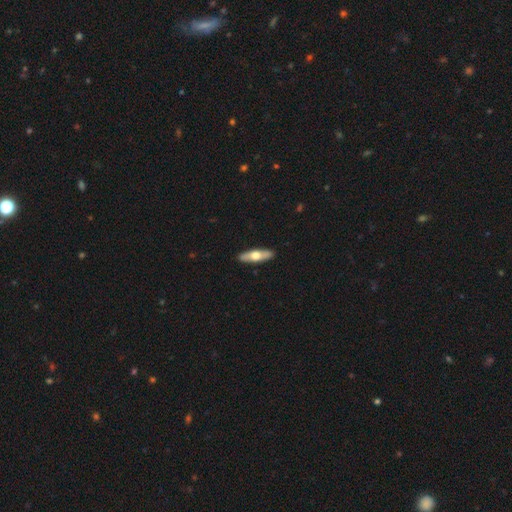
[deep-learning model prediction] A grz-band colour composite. It shows a smooth galaxy with no disk features (50%) that is cigar-shaped (62%). Merging: none (91%).